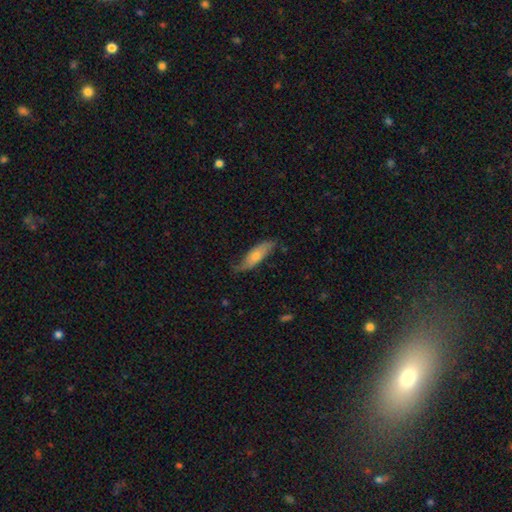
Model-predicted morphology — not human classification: A featured or disk galaxy (53%).

Vote fractions:
- Smooth or featured? featured or disk: 53% / smooth: 41% / star or artifact: 6%
- Edge-on disk? no: 72% / yes: 28%
- Merging? none: 68% / minor disturbance: 25% / major disturbance: 6% / merger: 1%